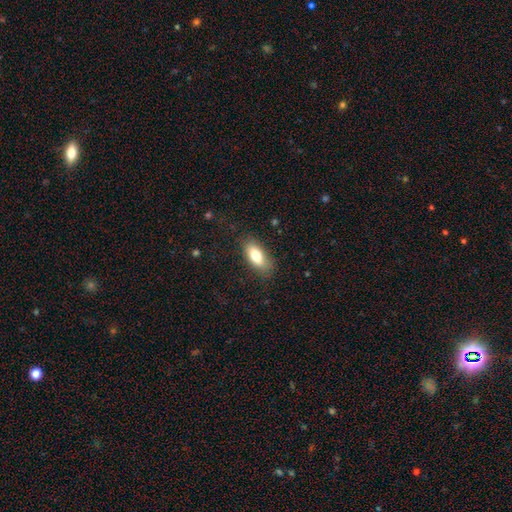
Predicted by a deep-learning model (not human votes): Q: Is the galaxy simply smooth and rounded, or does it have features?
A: smooth — 79%.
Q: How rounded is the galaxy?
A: in between — 84%.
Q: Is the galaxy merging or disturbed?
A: none — 81%.